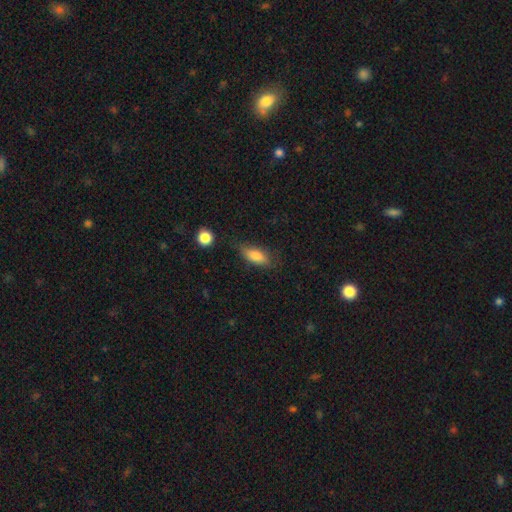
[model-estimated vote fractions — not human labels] This is likely a smooth galaxy (80%). How rounded: likely in between (77%). Merging: likely none (71%).